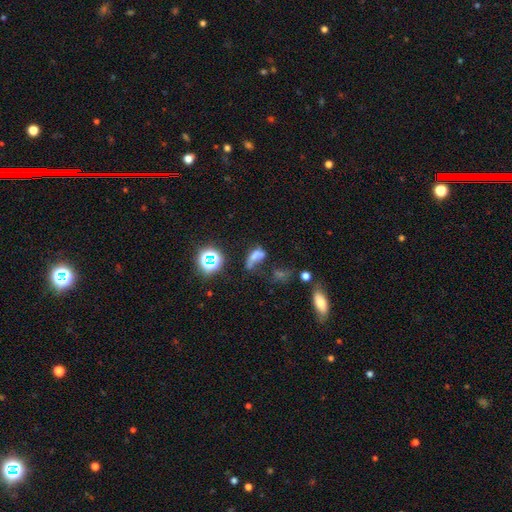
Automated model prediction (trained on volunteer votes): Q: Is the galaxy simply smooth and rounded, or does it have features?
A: smooth — 47%.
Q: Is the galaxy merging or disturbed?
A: major disturbance — 34%.